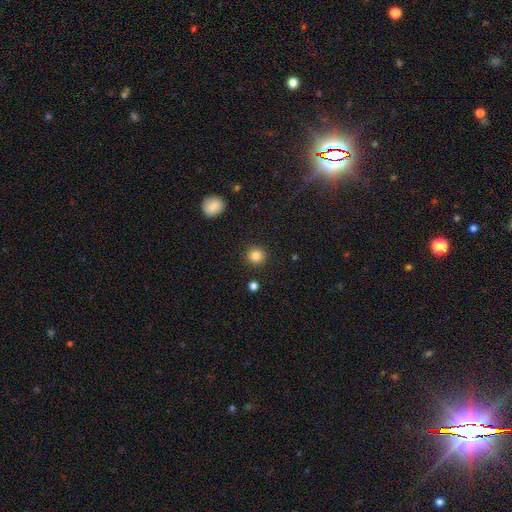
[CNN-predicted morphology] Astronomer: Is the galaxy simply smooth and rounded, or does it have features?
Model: smooth — 84%.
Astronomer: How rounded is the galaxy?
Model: round — 94%.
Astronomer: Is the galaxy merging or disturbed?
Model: none — 92%.